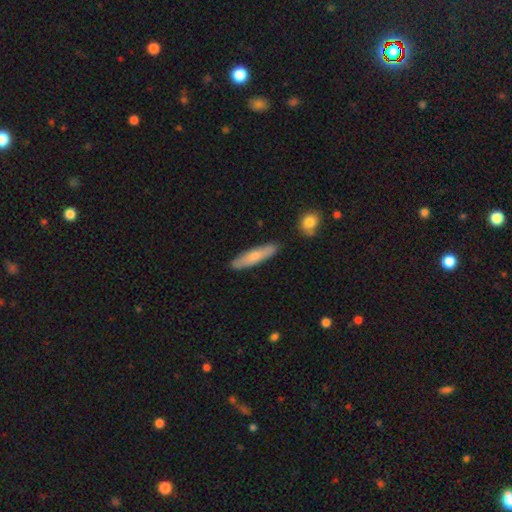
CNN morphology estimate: smooth-or-featured: smooth: 67% | featured or disk: 27% | star or artifact: 6%
  how-rounded: cigar-shaped: 83% | in between: 15% | round: 2%
  merging: none: 86% | minor disturbance: 9% | merger: 2% | major disturbance: 2%